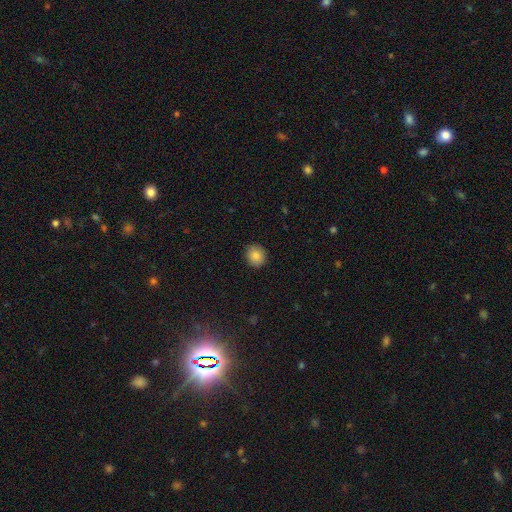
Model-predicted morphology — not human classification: Overall: smooth (83%). How rounded: round (84%). Merging: none (90%).